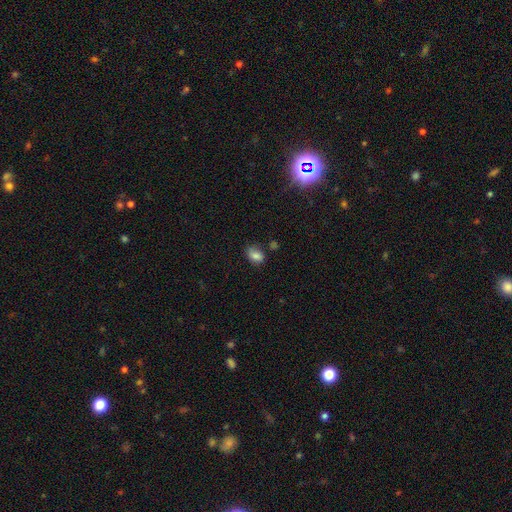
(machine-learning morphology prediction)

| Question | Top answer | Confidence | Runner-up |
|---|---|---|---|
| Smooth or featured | smooth | 78% | star or artifact (12%) |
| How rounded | in between | 73% | round (25%) |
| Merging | none | 59% | minor disturbance (27%) |